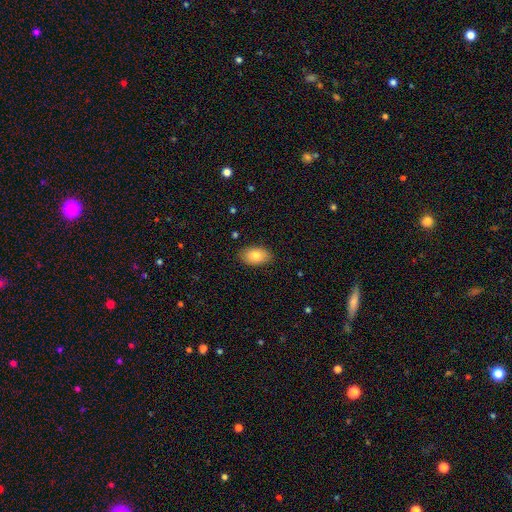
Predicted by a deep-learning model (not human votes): smooth 80%, featured or disk 12%, star or artifact 7%. Down the decision tree: how rounded — in between (91%); merging — none (87%).